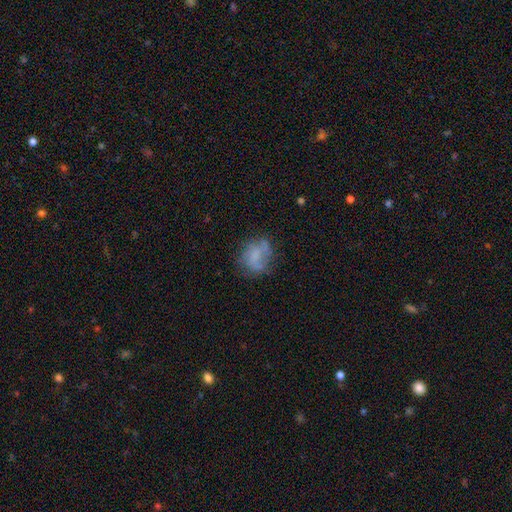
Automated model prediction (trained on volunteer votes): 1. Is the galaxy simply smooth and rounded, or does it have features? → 46% smooth, 43% featured or disk, 11% star or artifact.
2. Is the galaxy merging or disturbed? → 53% none, 25% minor disturbance, 18% major disturbance, 4% merger.